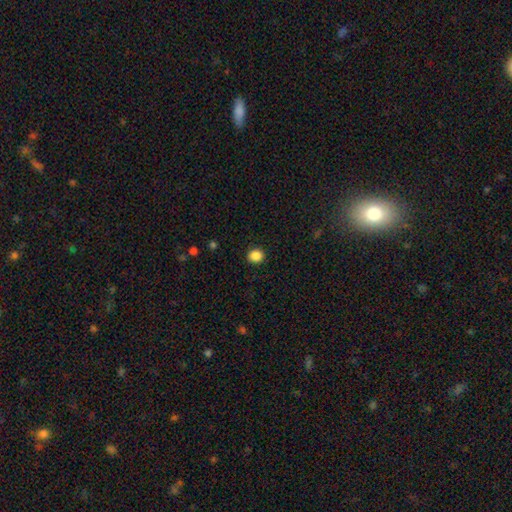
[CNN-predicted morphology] smooth 87%, star or artifact 10%, featured or disk 3%. Down the decision tree: how rounded — round (82%); merging — none (91%).